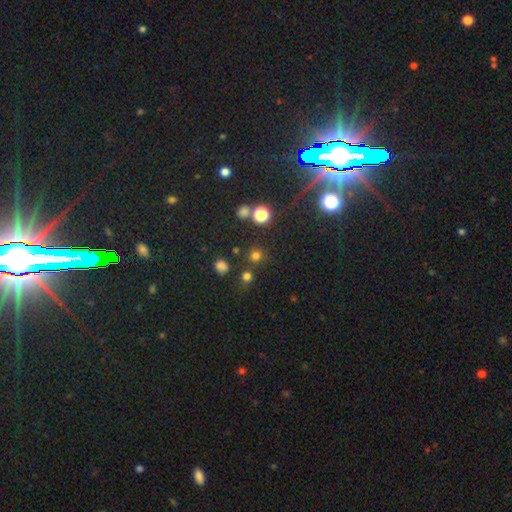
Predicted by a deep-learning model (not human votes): Smooth or featured? smooth (71%)
How rounded? round (92%)
Merging? none (80%)